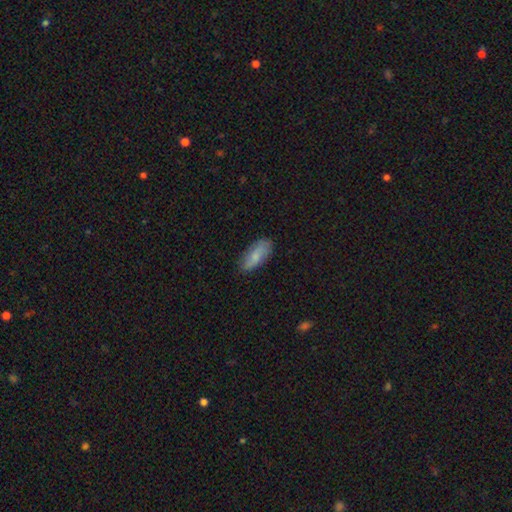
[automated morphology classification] smooth_or_featured: smooth (p=0.75) [alt: featured or disk p=0.19]
how_rounded: in between (p=0.81) [alt: cigar-shaped p=0.16]
merging: none (p=0.79) [alt: minor disturbance p=0.17]